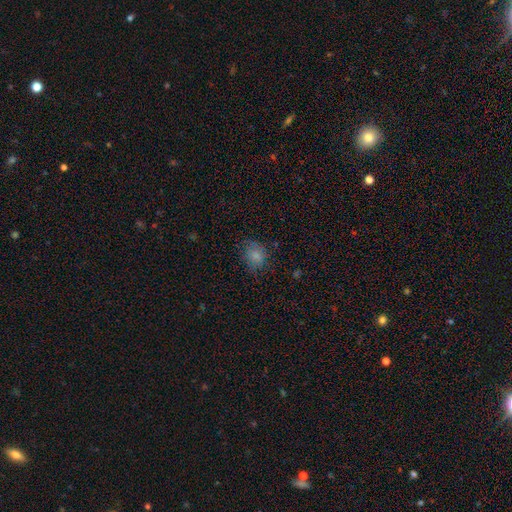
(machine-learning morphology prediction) The model was most divided on "how rounded": round: 58%, in between: 41%, cigar-shaped: 1%. More confident: smooth or featured — smooth (80%); merging — none (69%).